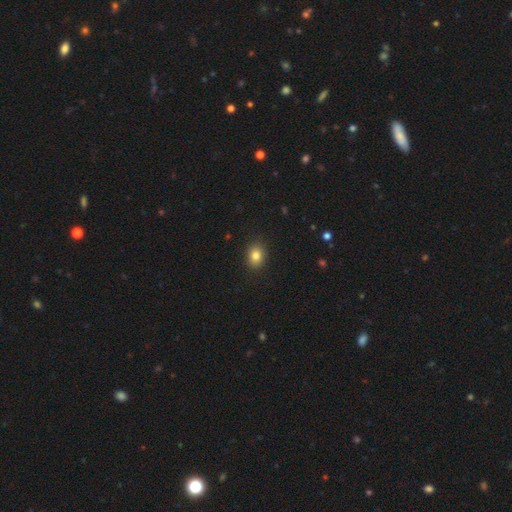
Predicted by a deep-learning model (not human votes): smooth 83%, star or artifact 10%, featured or disk 7%. Down the decision tree: how rounded — in between (58%); merging — none (89%).